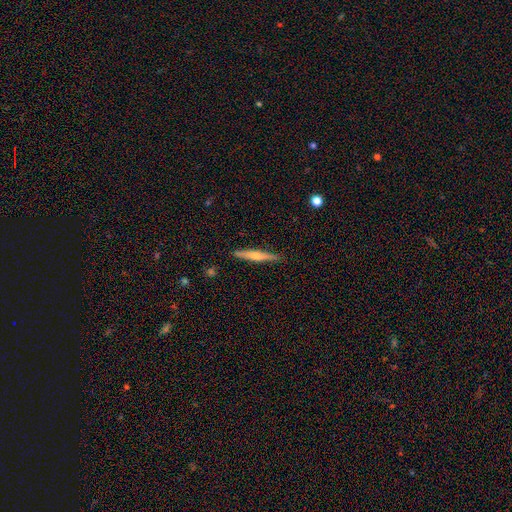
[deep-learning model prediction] This appears to be a featured or disk galaxy (63%) viewed edge-on (97%) with a rounded central bulge (80%). Merging: none (90%).